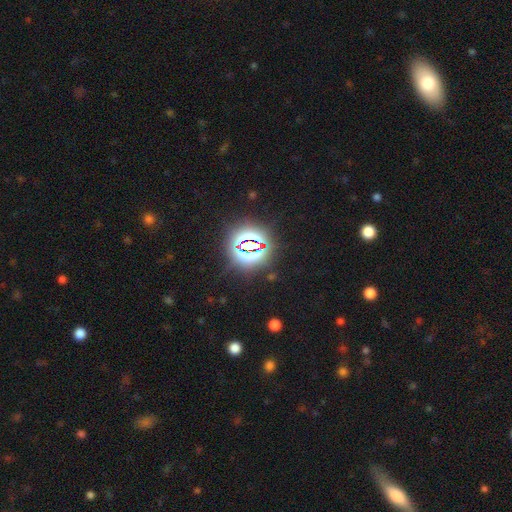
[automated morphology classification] A star or artifact, not a galaxy (77%).